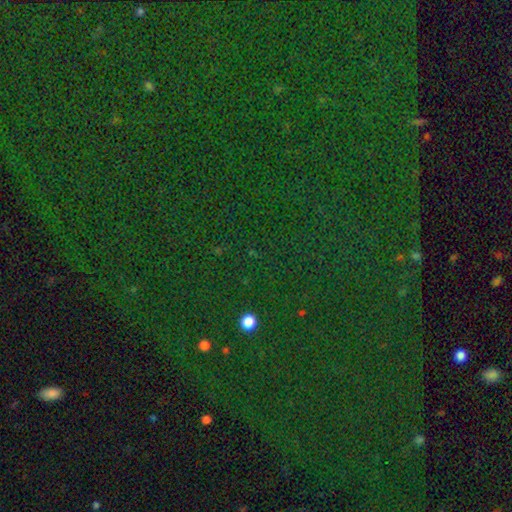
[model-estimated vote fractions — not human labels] Smooth or featured? Predicted: star or artifact (p=0.80).